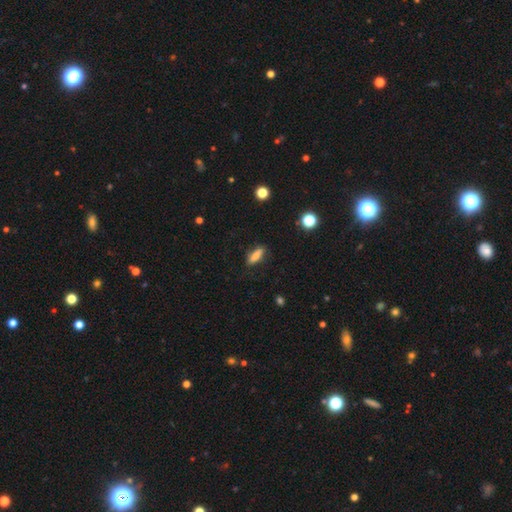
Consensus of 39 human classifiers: This appears to be a smooth galaxy with no disk features (69%) that is cigar-shaped (59%). Merging: none (81%).